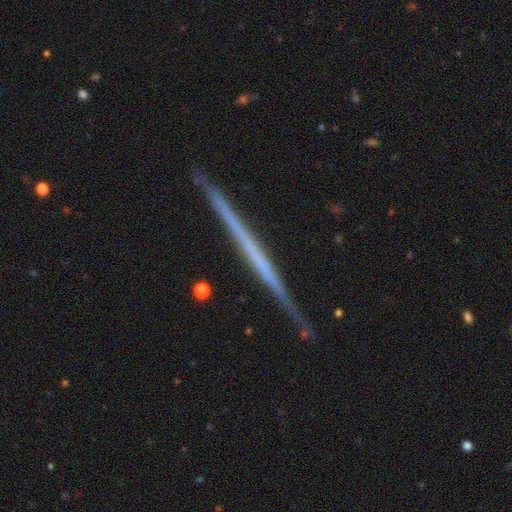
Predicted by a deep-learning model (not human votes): smooth-or-featured: featured or disk: 69% | smooth: 26% | star or artifact: 6%
  disk-edge-on: yes: 98% | no: 2%
    edge-on-bulge: none: 93% | rounded: 4% | boxy: 3%
  merging: none: 90% | minor disturbance: 7% | major disturbance: 1% | merger: 1%